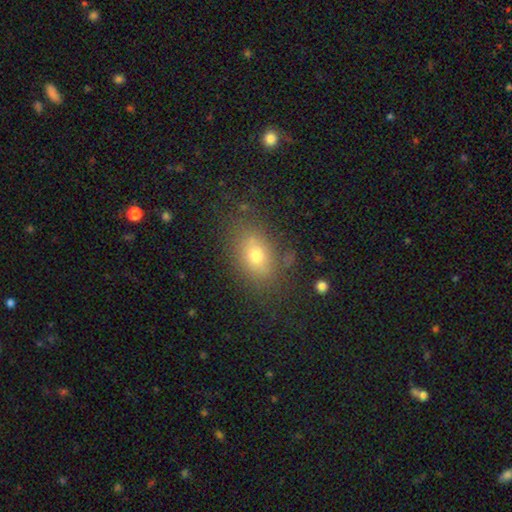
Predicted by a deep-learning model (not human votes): Q: Smooth or featured?
A: smooth (70%); runner-up: featured or disk (17%)
Q: How rounded?
A: in between (77%); runner-up: round (21%)
Q: Merging?
A: none (74%); runner-up: minor disturbance (17%)